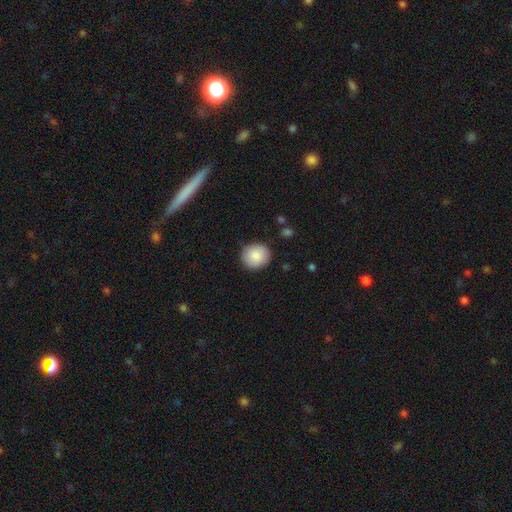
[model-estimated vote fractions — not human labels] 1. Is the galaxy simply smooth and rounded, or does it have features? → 87% smooth, 7% star or artifact, 6% featured or disk.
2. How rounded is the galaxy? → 88% round, 11% in between, 1% cigar-shaped.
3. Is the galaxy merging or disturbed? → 88% none, 9% minor disturbance, 2% major disturbance, 1% merger.